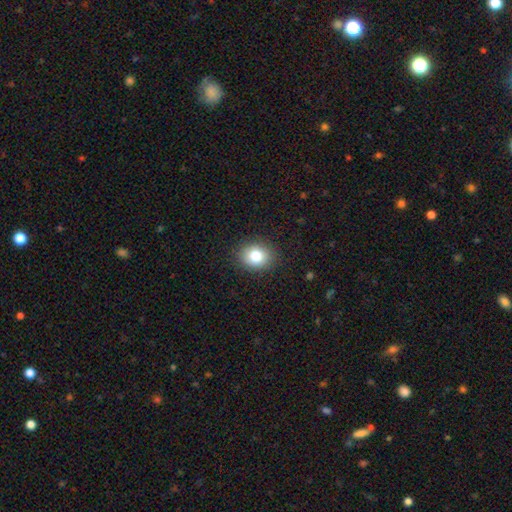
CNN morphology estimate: Smooth or featured? smooth (81%)
How rounded? round (65%)
Merging? none (89%)